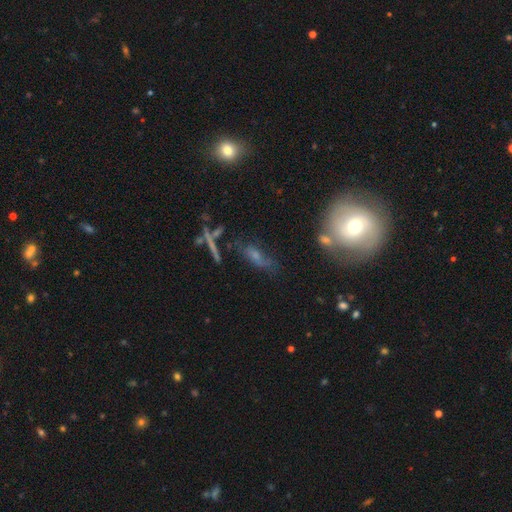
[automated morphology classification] Smooth or featured?
  - featured or disk: 42% *
  - smooth: 38%
  - star or artifact: 20%
Merging?
  - none: 54% *
  - minor disturbance: 21%
  - major disturbance: 15%
  - merger: 10%